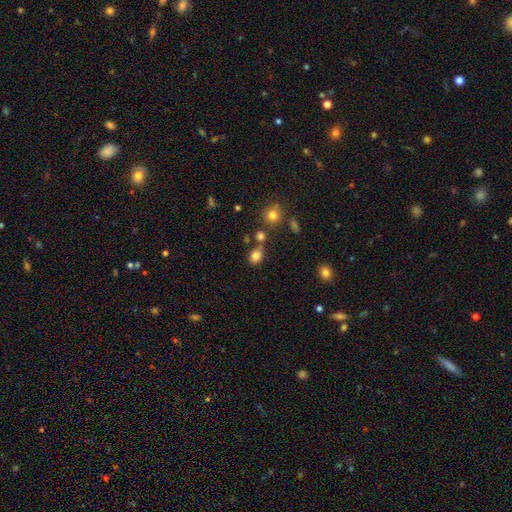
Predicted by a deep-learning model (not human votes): This appears to be a smooth galaxy with no disk features (82%) that is in between round and cigar-shaped (61%). Merging: none (61%).